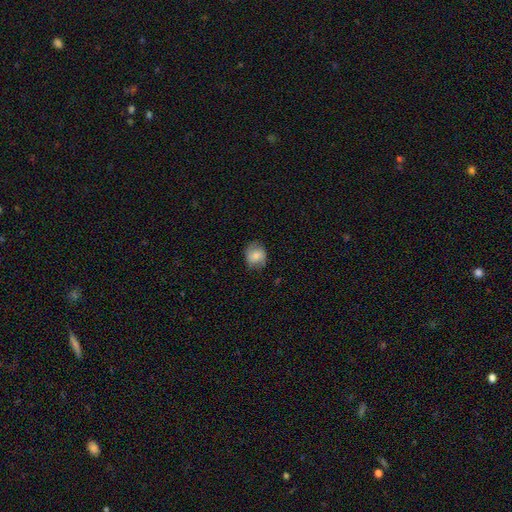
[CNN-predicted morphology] This appears to be a smooth galaxy with no disk features (66%) that is round (69%). Merging: none (77%).